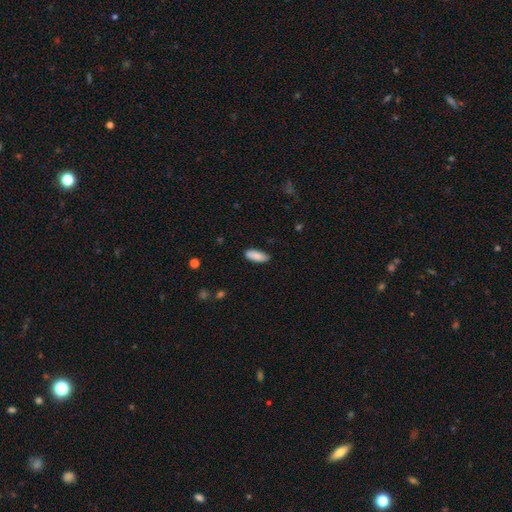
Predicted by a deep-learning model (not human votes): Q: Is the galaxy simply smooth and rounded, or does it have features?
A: smooth — 87%.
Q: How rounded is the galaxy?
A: in between — 75%.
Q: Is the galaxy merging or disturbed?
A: none — 85%.